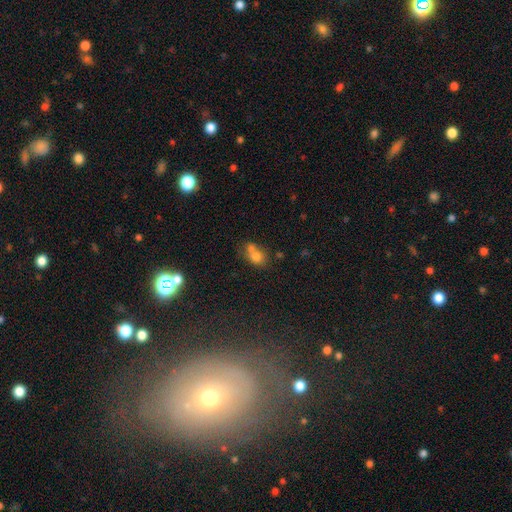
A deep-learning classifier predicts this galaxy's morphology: Smooth or featured?
  - smooth: 73% *
  - featured or disk: 15%
  - star or artifact: 12%
How rounded?
  - round: 52% *
  - in between: 47%
  - cigar-shaped: 1%
Merging?
  - merger: 52% *
  - none: 33%
  - minor disturbance: 11%
  - major disturbance: 4%